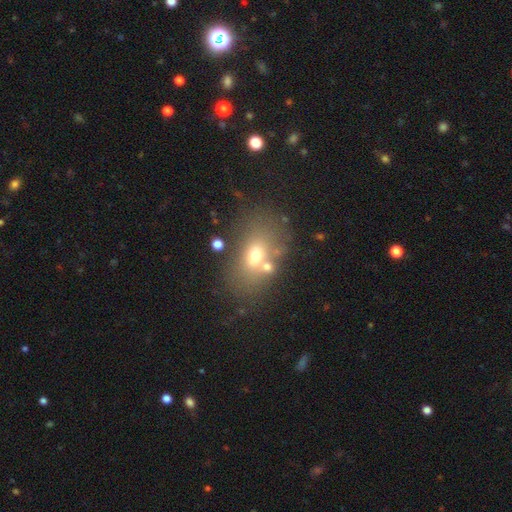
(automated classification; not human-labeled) Smooth or featured?
  - smooth: 60% *
  - featured or disk: 24%
  - star or artifact: 16%
How rounded?
  - in between: 76% *
  - round: 22%
  - cigar-shaped: 2%
Merging?
  - none: 61% *
  - merger: 18%
  - minor disturbance: 14%
  - major disturbance: 8%